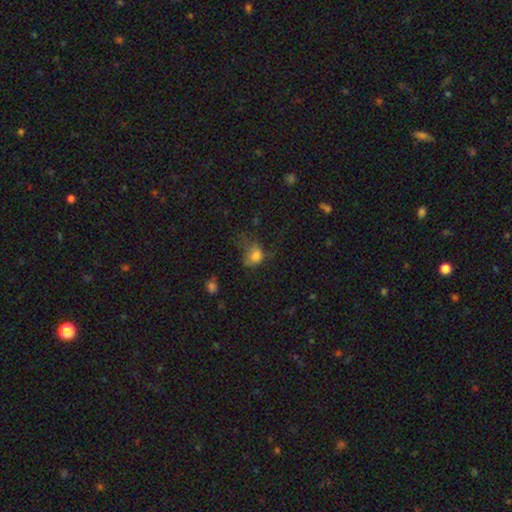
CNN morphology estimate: Smooth or featured: smooth — 75% (star or artifact — 13%)
How rounded: in between — 53% (round — 46%)
Merging: major disturbance — 37% (none — 31%)